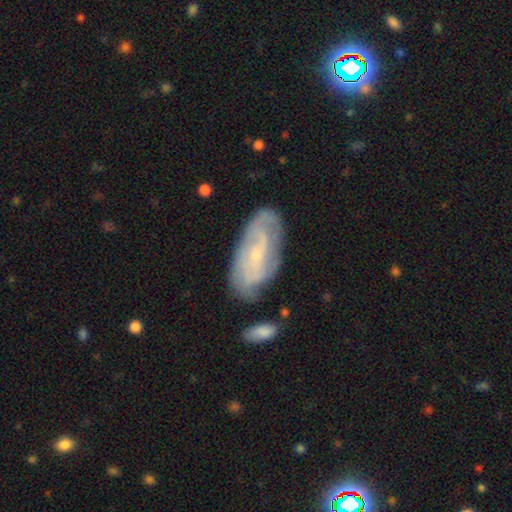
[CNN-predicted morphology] The model was most divided on "spiral arm count": can't tell: 42%, 2: 35%, 3: 11%, 1: 5%, 4: 4%, more than 4: 3%. Remaining: edge-on disk — no (93%); spiral arms — yes (86%); bulge size — small (77%); smooth or featured — featured or disk (70%); merging — none (67%); bar — no (57%); spiral winding — tight (50%).